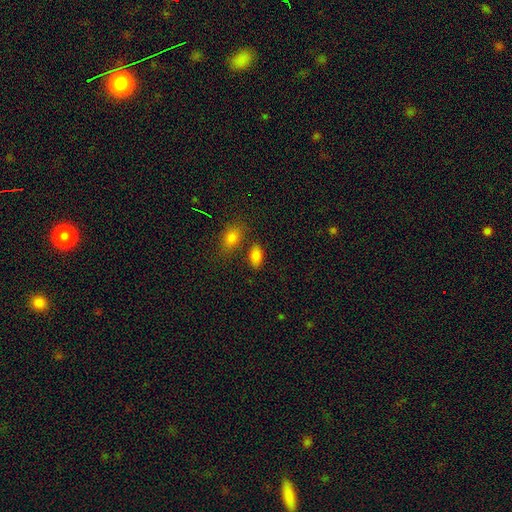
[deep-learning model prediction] A smooth galaxy with no disk features (84%) that is in between round and cigar-shaped (91%).

Vote fractions:
- Smooth or featured? smooth: 84% / star or artifact: 10% / featured or disk: 6%
- How rounded? in between: 91% / round: 6% / cigar-shaped: 3%
- Merging? none: 73% / minor disturbance: 12% / merger: 11% / major disturbance: 4%